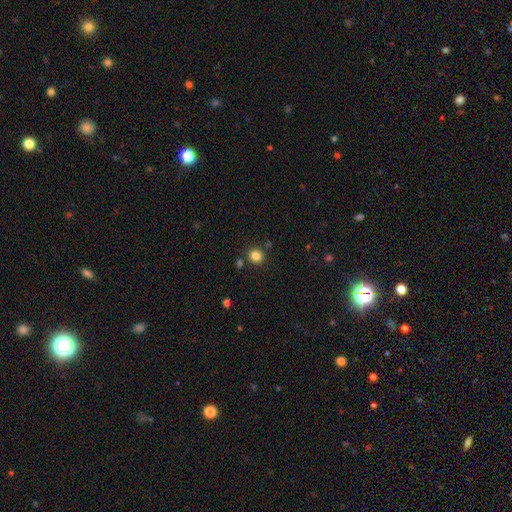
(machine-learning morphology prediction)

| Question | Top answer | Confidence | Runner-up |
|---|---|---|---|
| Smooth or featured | smooth | 83% | star or artifact (12%) |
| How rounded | round | 88% | in between (11%) |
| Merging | none | 84% | minor disturbance (7%) |